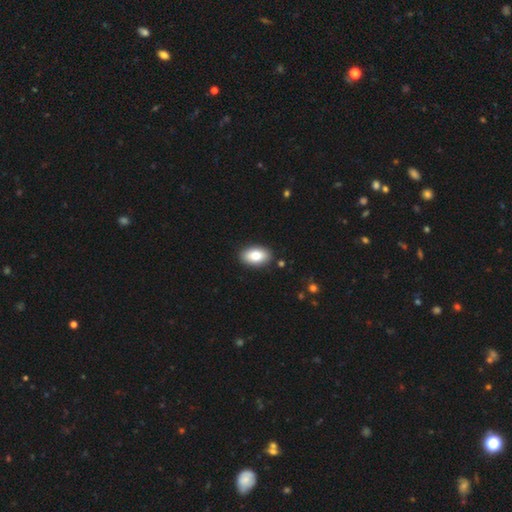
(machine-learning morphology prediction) smooth_or_featured: smooth (p=0.82) [alt: featured or disk p=0.11]
how_rounded: in between (p=0.92) [alt: round p=0.06]
merging: none (p=0.90) [alt: minor disturbance p=0.07]